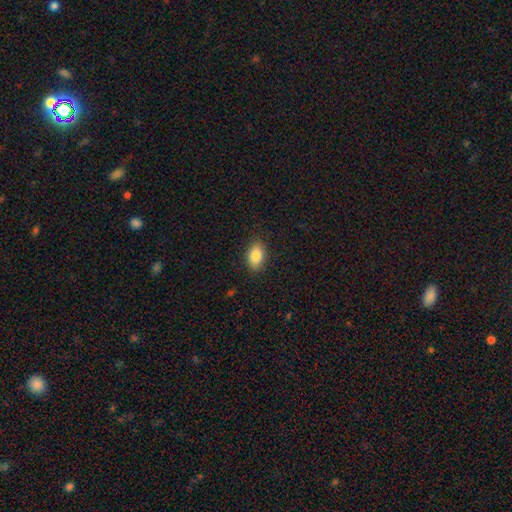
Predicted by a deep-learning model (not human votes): This is clearly a smooth galaxy (86%). How rounded: clearly in between (89%). Merging: clearly none (86%).